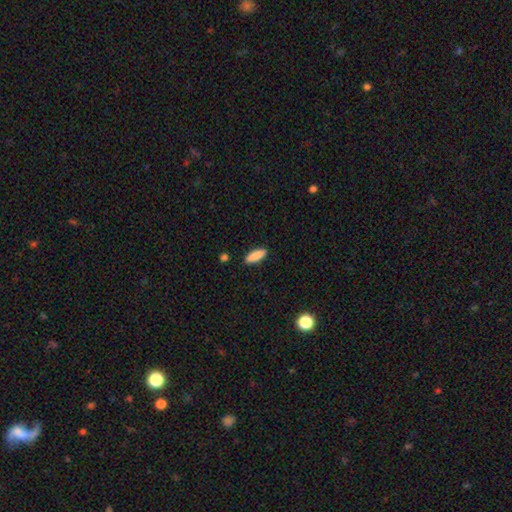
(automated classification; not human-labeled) This is clearly a smooth galaxy (86%). How rounded: possibly in between (54%). Merging: clearly none (88%).